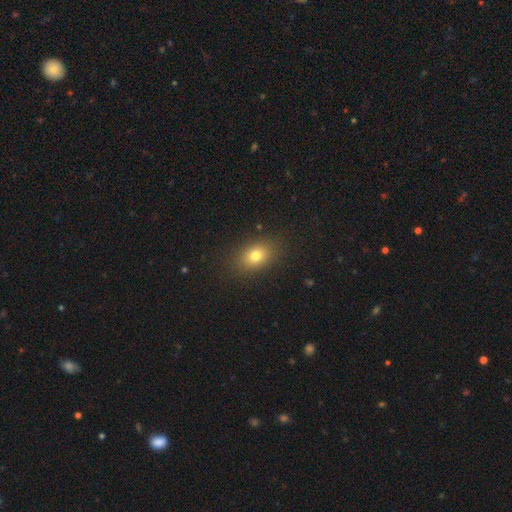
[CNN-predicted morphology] The model was most divided on "how rounded": in between: 69%, round: 29%, cigar-shaped: 2%. More confident: merging — none (86%); smooth or featured — smooth (77%).